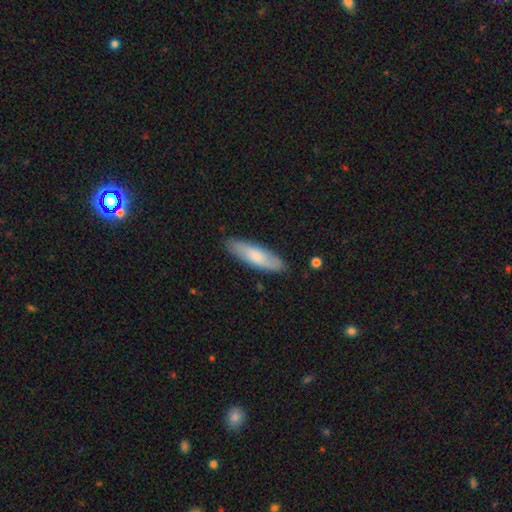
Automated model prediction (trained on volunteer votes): A smooth galaxy with no disk features (74%) that is cigar-shaped (61%).

Vote fractions:
- Smooth or featured? smooth: 74% / featured or disk: 21% / star or artifact: 5%
- How rounded? cigar-shaped: 61% / in between: 37% / round: 2%
- Merging? none: 87% / minor disturbance: 10% / major disturbance: 2% / merger: 1%